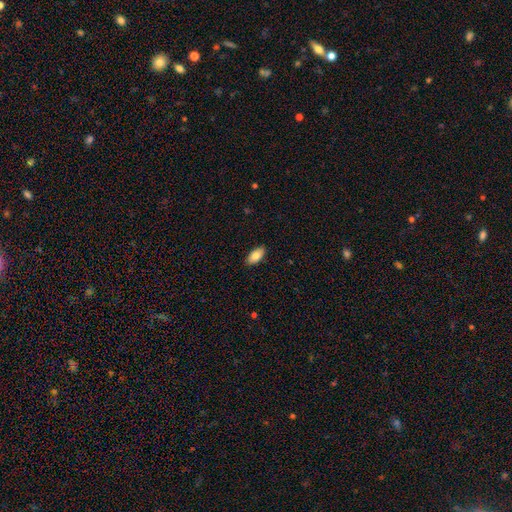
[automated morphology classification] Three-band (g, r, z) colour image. It shows a smooth galaxy with no disk features (82%) that is in between round and cigar-shaped (91%). Merging: none (89%).